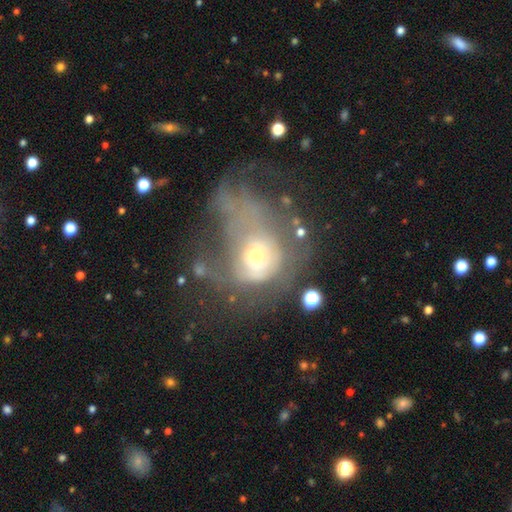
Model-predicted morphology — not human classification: smooth_or_featured: featured or disk (p=0.46) [alt: smooth p=0.40]
merging: major disturbance (p=0.59) [alt: none p=0.16]